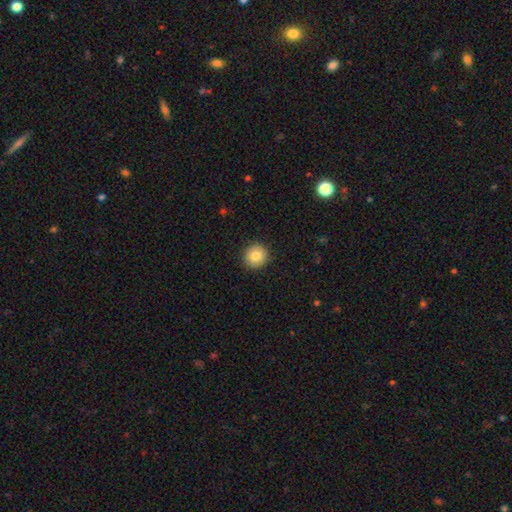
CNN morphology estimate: type=smooth (83%); roundness=round (92%); merging=none (91%).